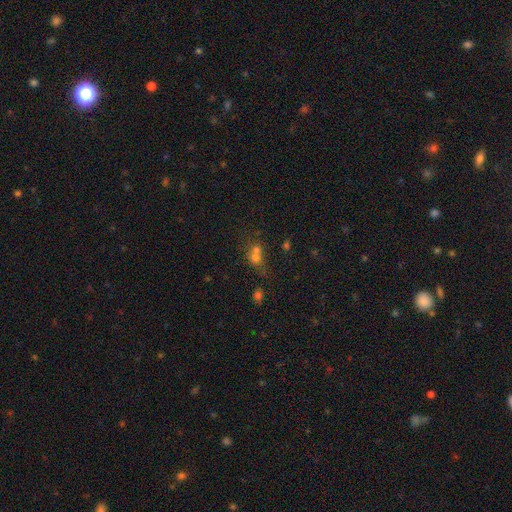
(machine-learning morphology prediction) This is likely a smooth galaxy (61%). How rounded: likely round (72%). Merging: possibly merger (58%).